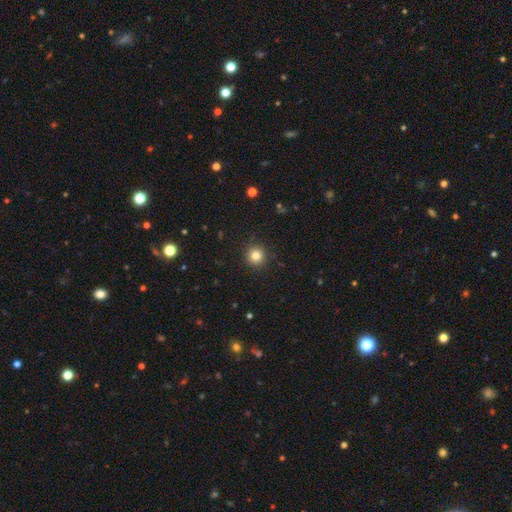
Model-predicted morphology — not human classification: type=smooth (81%); roundness=round (94%); merging=none (90%).